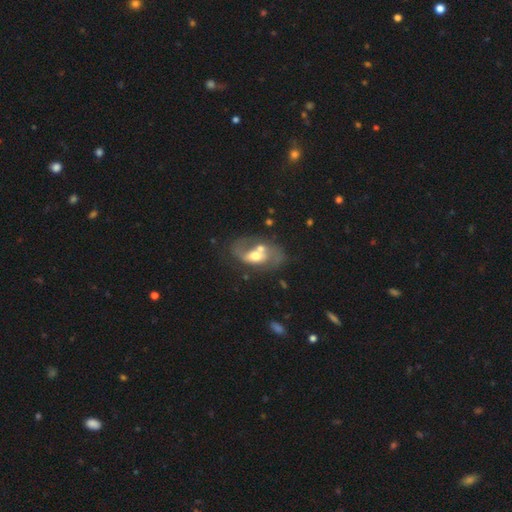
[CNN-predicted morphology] Overall: featured or disk (67%). Edge-on disk: no (96%). Bar: no (57%; weak 30%). Spiral arms: yes (72%). Bulge size: moderate (65%). Merging: none (32%; merger 30%).